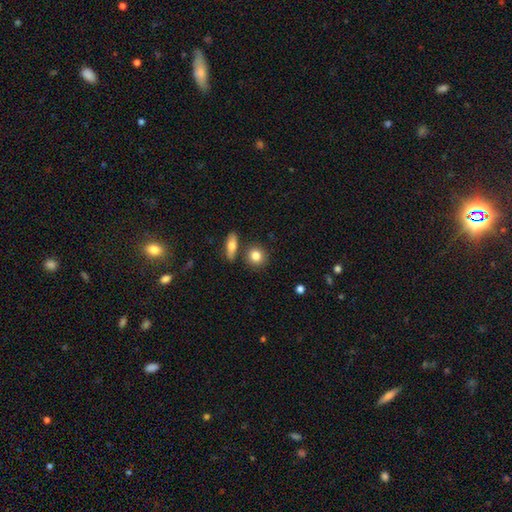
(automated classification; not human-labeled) This is clearly a smooth galaxy (82%). How rounded: likely round (79%). Merging: likely none (77%).